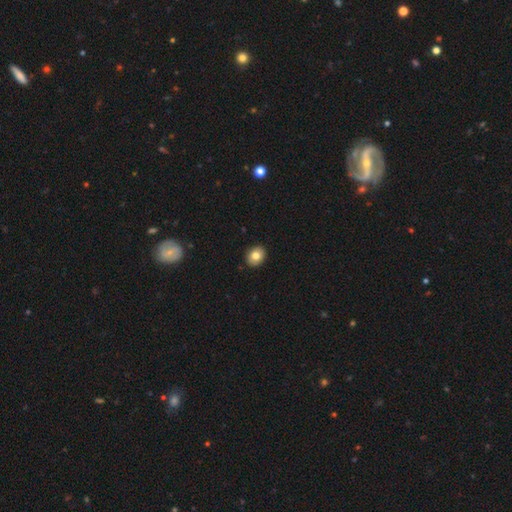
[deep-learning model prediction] Overall: smooth (80%). How rounded: round (53%; in between 46%). Merging: none (91%).